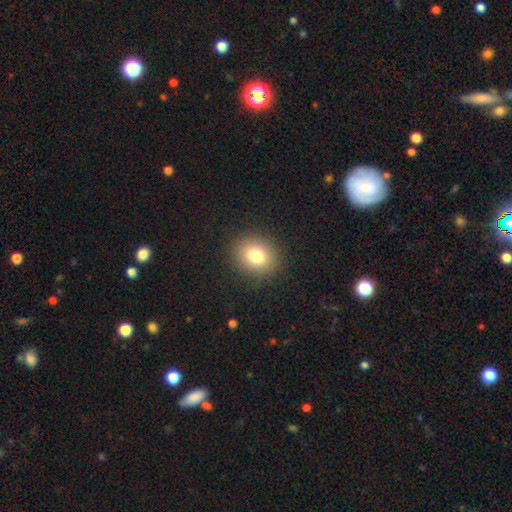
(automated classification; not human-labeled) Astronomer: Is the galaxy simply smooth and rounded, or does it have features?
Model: smooth — 79%.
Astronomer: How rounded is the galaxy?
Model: round — 71%.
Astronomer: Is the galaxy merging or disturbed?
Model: none — 90%.